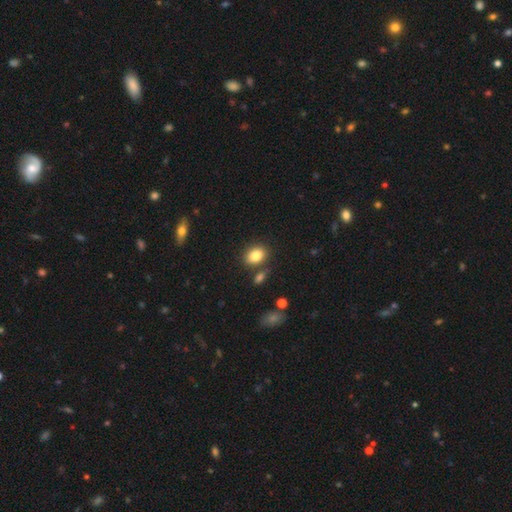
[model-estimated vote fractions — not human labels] smooth 84%, star or artifact 9%, featured or disk 7%. Down the decision tree: how rounded — in between (72%); merging — none (76%).